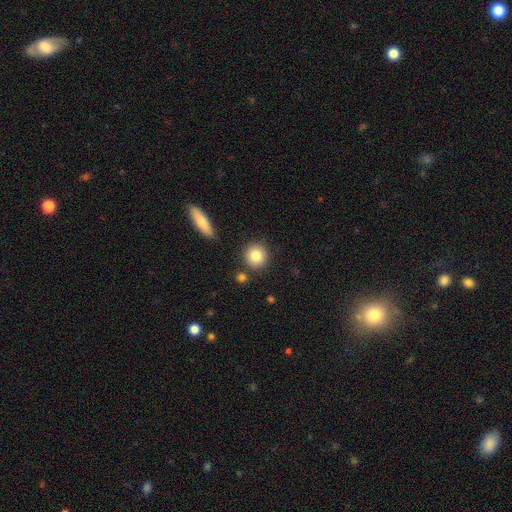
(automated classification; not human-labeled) Overall: smooth (83%). How rounded: round (91%). Merging: none (84%).